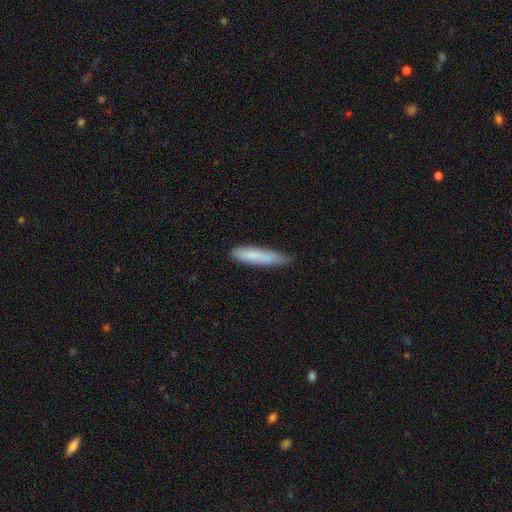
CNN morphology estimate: This is clearly a smooth galaxy (80%). How rounded: clearly cigar-shaped (84%). Merging: likely none (68%).